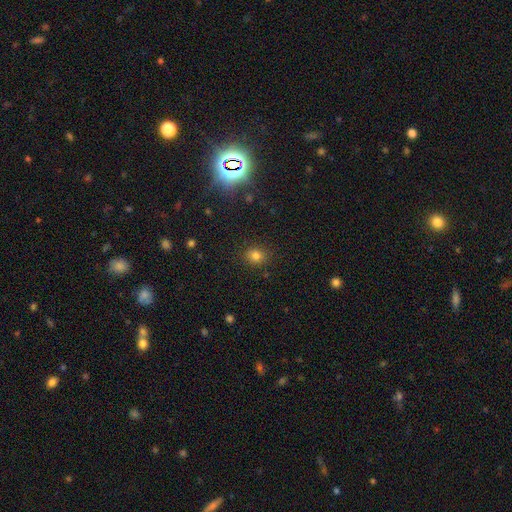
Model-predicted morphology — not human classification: Smooth or featured? Predicted: smooth (p=0.79). How rounded? Predicted: round (p=0.73). Merging? Predicted: none (p=0.87).